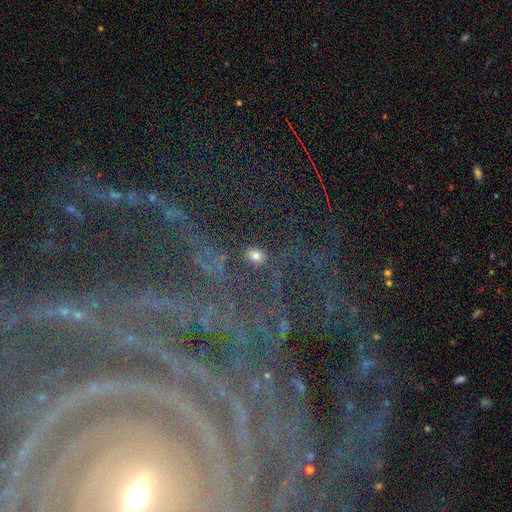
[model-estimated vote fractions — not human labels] Q: Smooth or featured?
A: smooth (67%); runner-up: star or artifact (26%)
Q: How rounded?
A: in between (50%); runner-up: round (48%)
Q: Merging?
A: none (81%); runner-up: minor disturbance (10%)